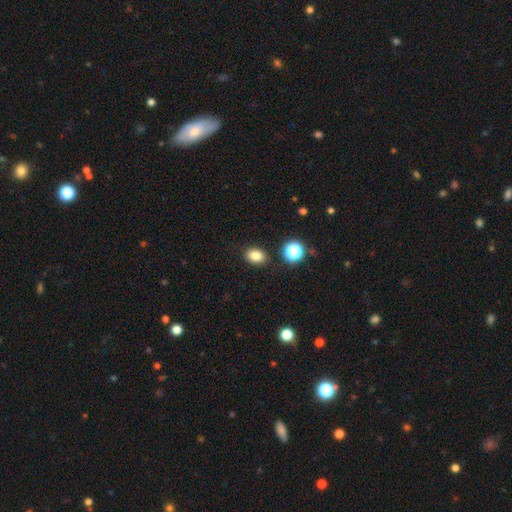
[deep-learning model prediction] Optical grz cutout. It shows a smooth galaxy with no disk features (81%) that is in between round and cigar-shaped (68%). Merging: none (87%).